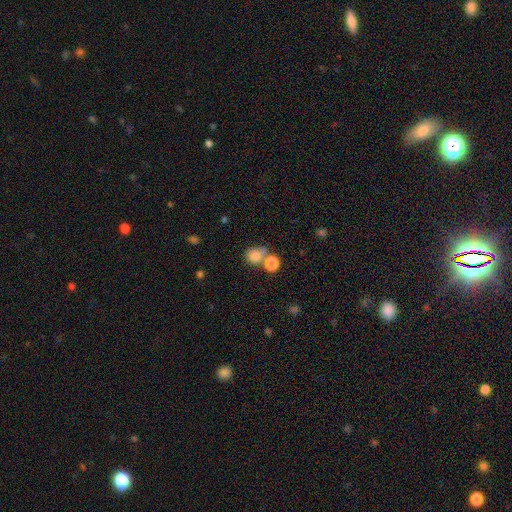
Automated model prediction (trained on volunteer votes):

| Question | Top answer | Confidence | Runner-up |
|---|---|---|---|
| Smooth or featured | smooth | 81% | star or artifact (12%) |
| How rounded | round | 76% | in between (23%) |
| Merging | none | 45% | merger (40%) |